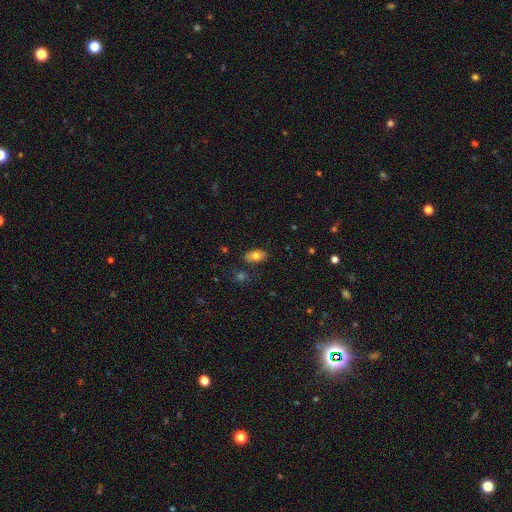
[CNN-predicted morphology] smooth-or-featured: smooth: 74% | featured or disk: 17% | star or artifact: 9%
  how-rounded: in between: 91% | round: 6% | cigar-shaped: 3%
  merging: none: 78% | minor disturbance: 14% | merger: 4% | major disturbance: 3%